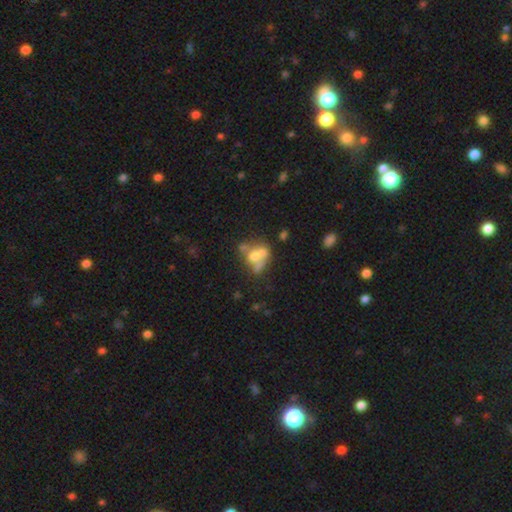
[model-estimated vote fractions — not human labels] smooth-or-featured: smooth: 43% (tied) | featured or disk: 43% (tied) | star or artifact: 14%
  merging: merger: 46% | none: 26% | major disturbance: 16% | minor disturbance: 13%